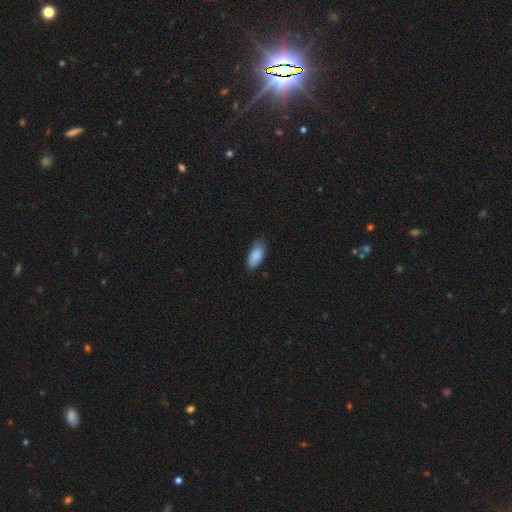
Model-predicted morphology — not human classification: This is clearly a smooth galaxy (88%). How rounded: clearly in between (91%). Merging: likely none (74%).